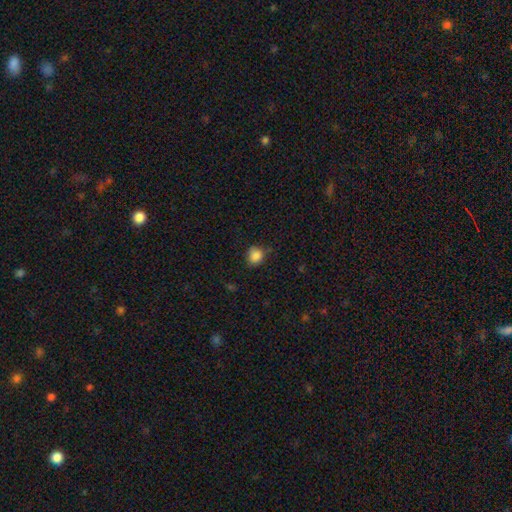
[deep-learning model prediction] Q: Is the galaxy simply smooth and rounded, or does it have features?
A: smooth — 85%.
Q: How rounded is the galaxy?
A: round — 71%.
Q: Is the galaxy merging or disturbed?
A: none — 69%.